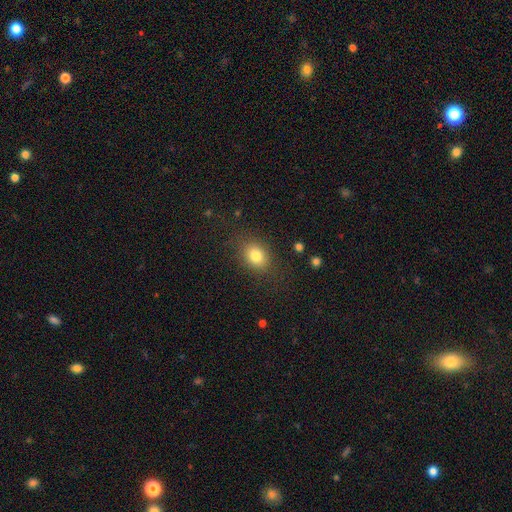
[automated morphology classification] Smooth or featured? smooth (81%)
How rounded? in between (62%)
Merging? none (81%)